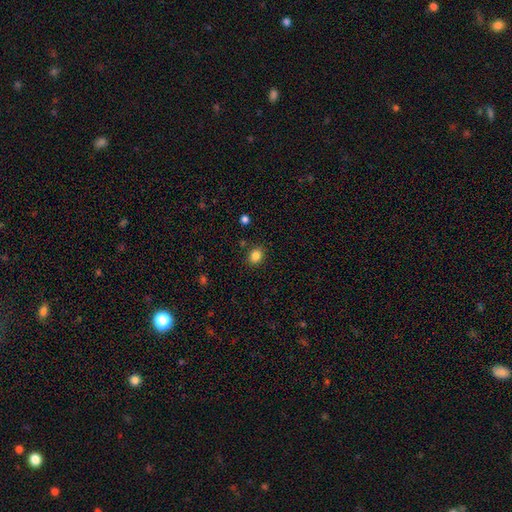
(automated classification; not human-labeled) The model was most divided on "how rounded": round: 55%, in between: 44%, cigar-shaped: 1%. More confident: merging — none (87%); smooth or featured — smooth (84%).